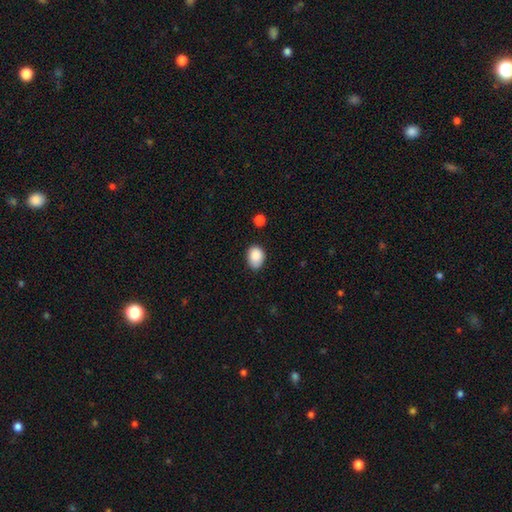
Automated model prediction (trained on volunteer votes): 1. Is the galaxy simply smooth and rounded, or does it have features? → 87% smooth, 8% star or artifact, 5% featured or disk.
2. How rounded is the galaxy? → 68% in between, 31% round, 1% cigar-shaped.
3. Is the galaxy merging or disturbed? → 71% none, 23% minor disturbance, 4% major disturbance, 2% merger.